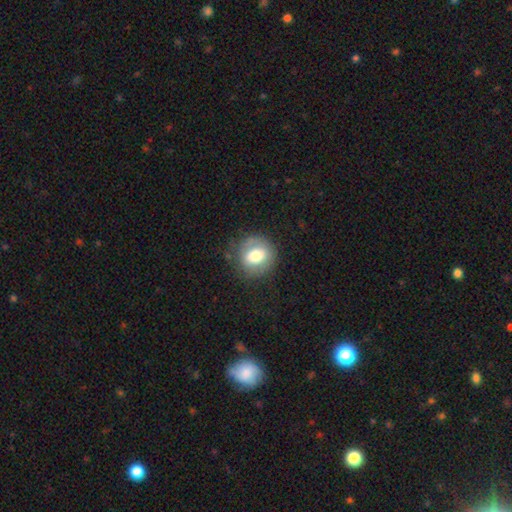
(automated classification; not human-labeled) A smooth galaxy with no disk features (66%) that is round (82%). Merging: none (74%).